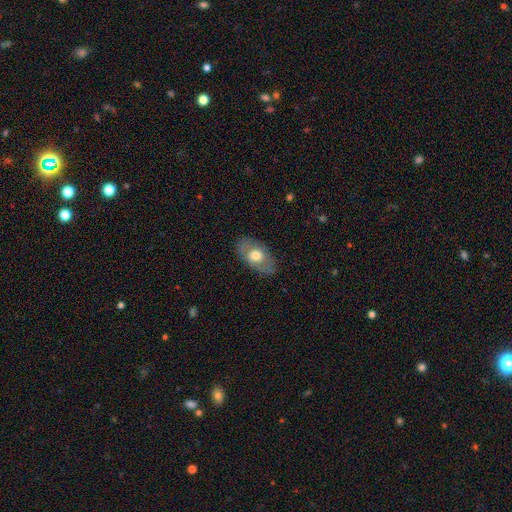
Smooth or featured? 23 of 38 (61%) said smooth. How rounded? 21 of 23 (91%) said in between. Merging? 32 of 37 (86%) said none.